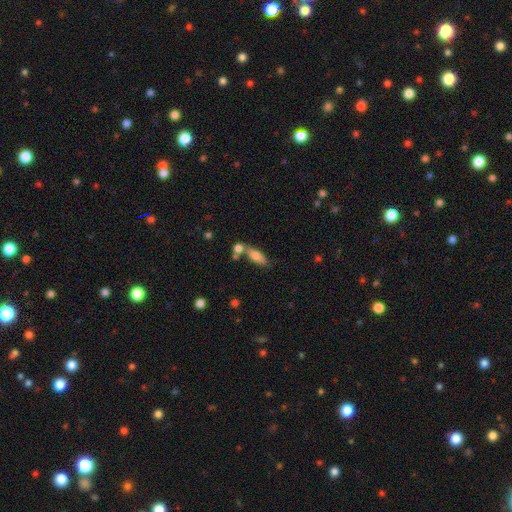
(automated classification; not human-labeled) This appears to be a smooth galaxy with no disk features (74%) that is in between round and cigar-shaped (68%). Merging: none (52%).